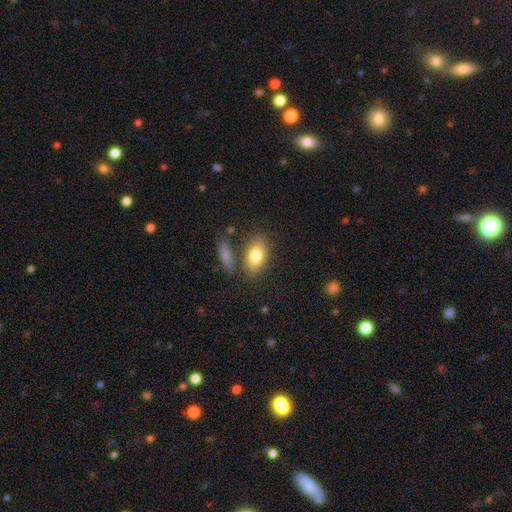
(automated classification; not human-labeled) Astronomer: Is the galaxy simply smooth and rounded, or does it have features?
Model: smooth — 79%.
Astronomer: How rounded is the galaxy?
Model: in between — 88%.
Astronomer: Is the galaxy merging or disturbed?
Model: none — 72%.